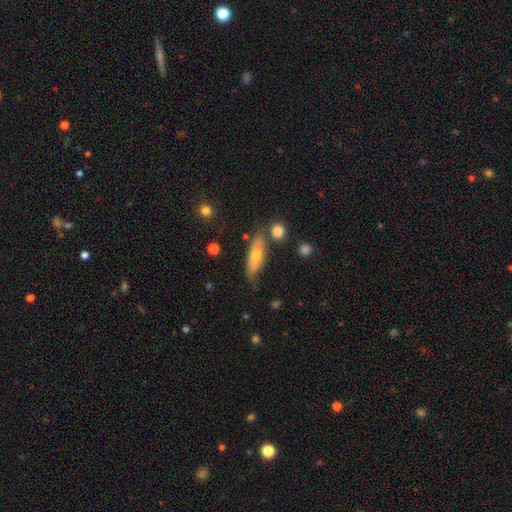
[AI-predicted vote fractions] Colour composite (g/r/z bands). It shows a smooth galaxy with no disk features (57%) that is in between round and cigar-shaped (54%). Merging: none (64%).